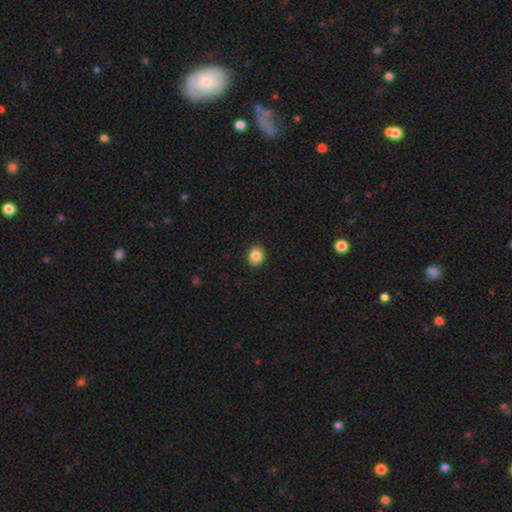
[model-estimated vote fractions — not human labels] Smooth or featured: smooth — 87% (star or artifact — 9%)
How rounded: round — 67% (in between — 32%)
Merging: none — 91% (minor disturbance — 7%)